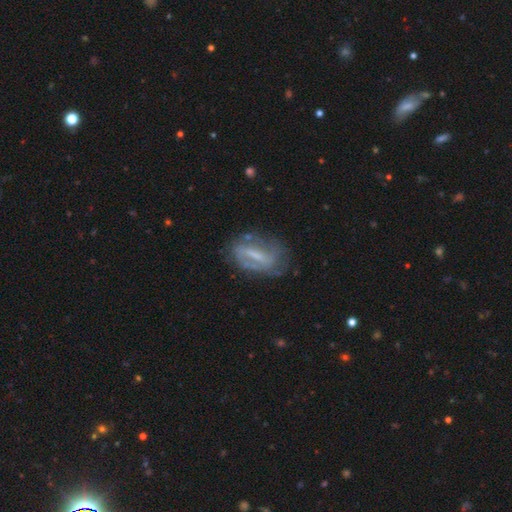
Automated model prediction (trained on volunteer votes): Morphology: type=featured or disk (67%); edge-on=no (89%); bar=strong (50%); spiral arms=yes (63%); bulge=small (41%); merging=none (58%).